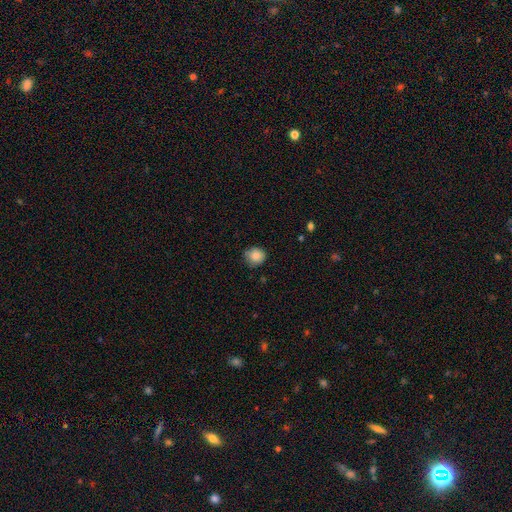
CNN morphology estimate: This appears to be a smooth galaxy with no disk features (84%) that is round (89%). Merging: none (78%).